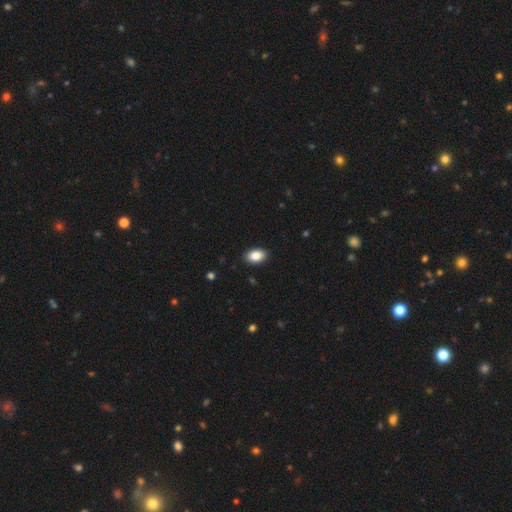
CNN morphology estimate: The model was most divided on "smooth or featured": smooth: 86%, star or artifact: 8%, featured or disk: 6%. More confident: how rounded — in between (90%); merging — none (90%).